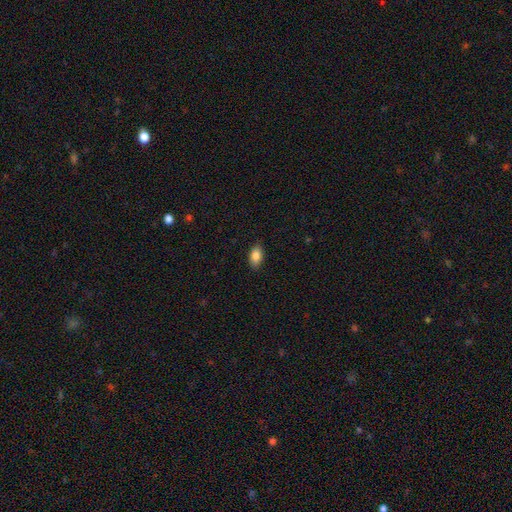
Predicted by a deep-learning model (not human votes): Smooth or featured?
  - smooth: 85% *
  - star or artifact: 8%
  - featured or disk: 7%
How rounded?
  - in between: 91% *
  - round: 6%
  - cigar-shaped: 3%
Merging?
  - none: 86% *
  - minor disturbance: 11%
  - major disturbance: 2%
  - merger: 1%